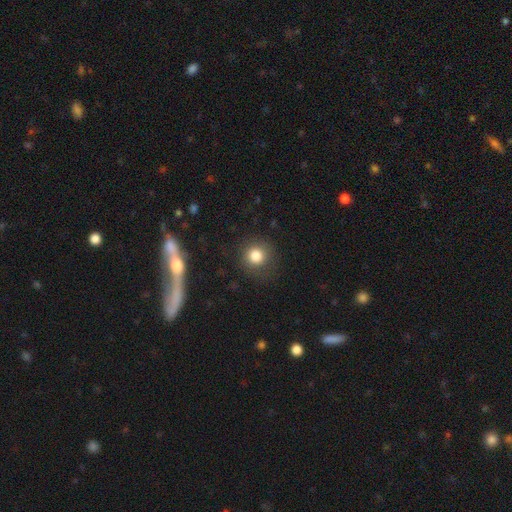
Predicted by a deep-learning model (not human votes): Morphology: type=smooth (81%); roundness=round (90%); merging=none (83%).